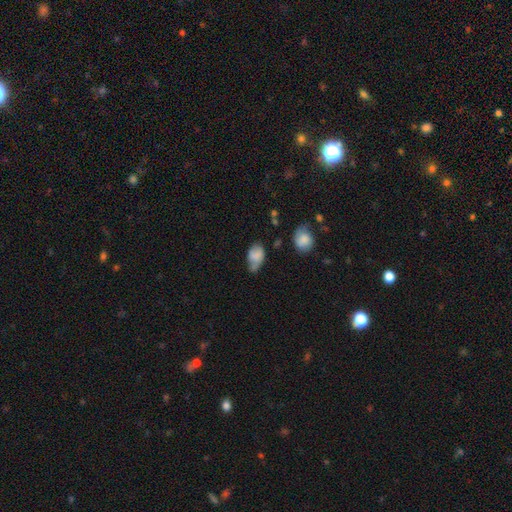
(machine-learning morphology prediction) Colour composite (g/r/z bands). It shows a smooth galaxy with no disk features (69%) that is in between round and cigar-shaped (86%). Merging: minor disturbance (40%).